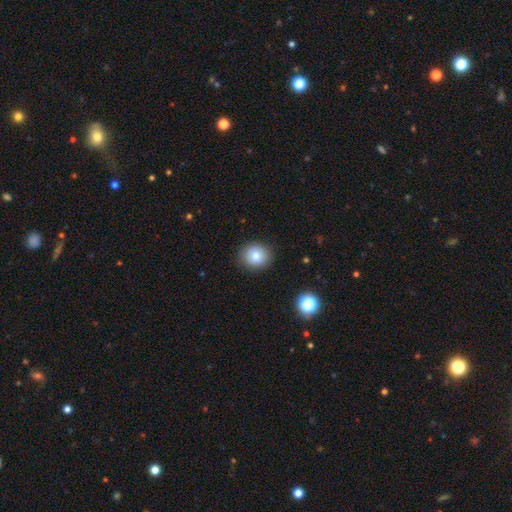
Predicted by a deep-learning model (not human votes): A smooth galaxy with no disk features (79%) that is round (79%).

Vote fractions:
- Smooth or featured? smooth: 79% / star or artifact: 11% / featured or disk: 10%
- How rounded? round: 79% / in between: 20% / cigar-shaped: 1%
- Merging? none: 89% / minor disturbance: 8% / major disturbance: 2% / merger: 1%